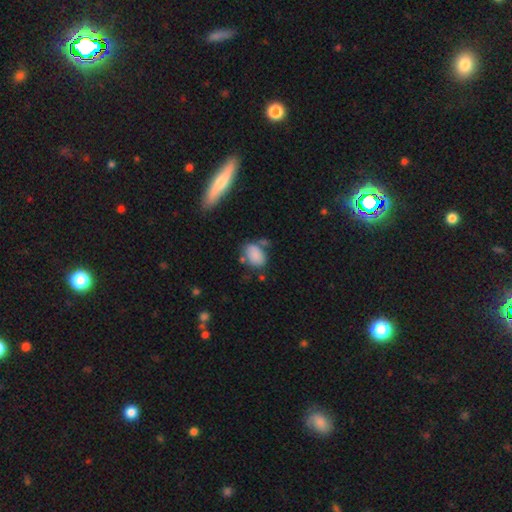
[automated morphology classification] Smooth or featured: smooth — 84% (star or artifact — 9%)
How rounded: in between — 83% (round — 15%)
Merging: none — 59% (minor disturbance — 20%)